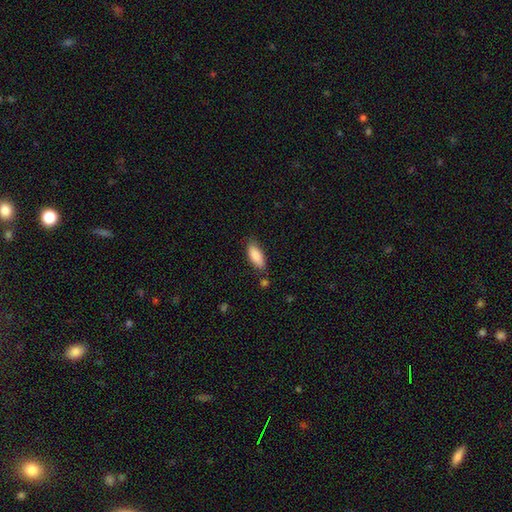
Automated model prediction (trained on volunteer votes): smooth_or_featured: smooth (p=0.88) [alt: star or artifact p=0.06]
how_rounded: in between (p=0.77) [alt: cigar-shaped p=0.21]
merging: none (p=0.75) [alt: minor disturbance p=0.18]